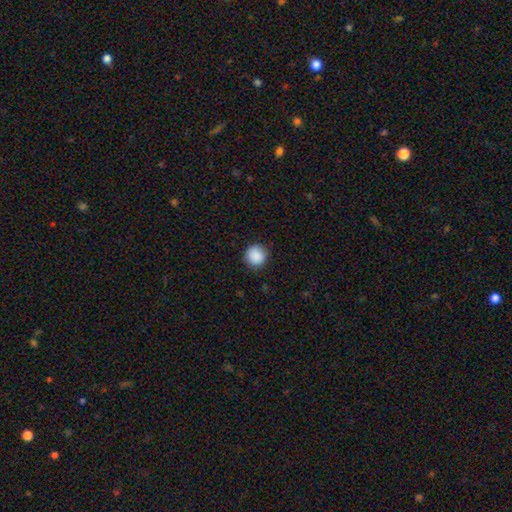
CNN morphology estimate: This is clearly a smooth galaxy (89%). How rounded: clearly round (93%). Merging: clearly none (88%).